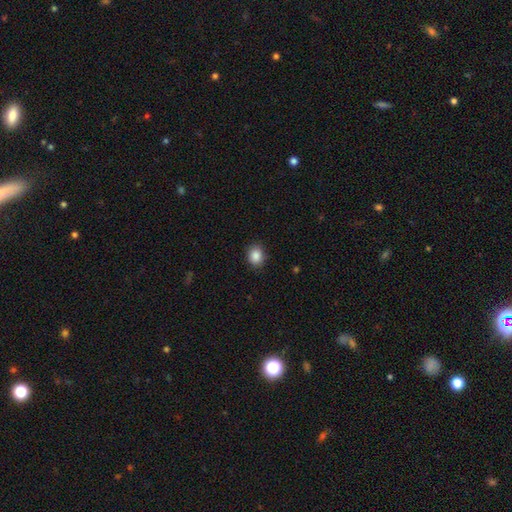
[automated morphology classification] This is clearly a smooth galaxy (88%). How rounded: possibly round (59%). Merging: clearly none (86%).